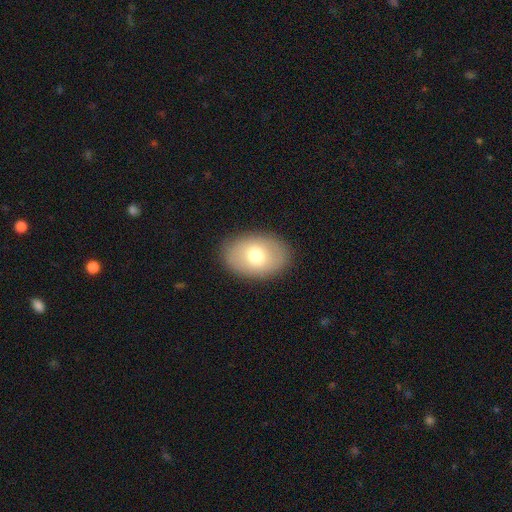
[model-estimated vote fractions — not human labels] A smooth galaxy with no disk features (71%) that is in between round and cigar-shaped (83%).

Vote fractions:
- Smooth or featured? smooth: 71% / featured or disk: 22% / star or artifact: 7%
- How rounded? in between: 83% / round: 16% / cigar-shaped: 1%
- Merging? none: 87% / minor disturbance: 9% / major disturbance: 3% / merger: 1%